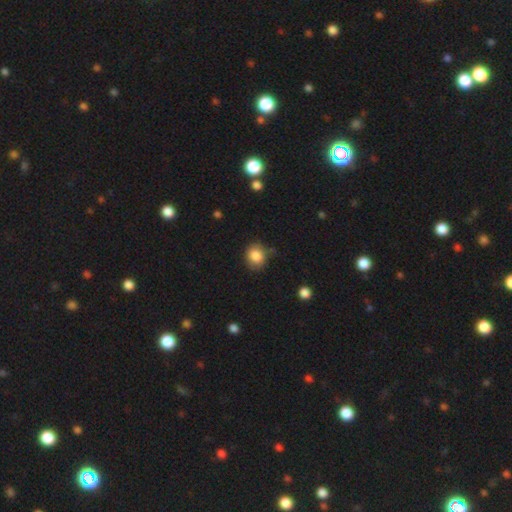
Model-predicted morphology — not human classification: Smooth or featured? smooth (85%)
How rounded? round (71%)
Merging? none (72%)